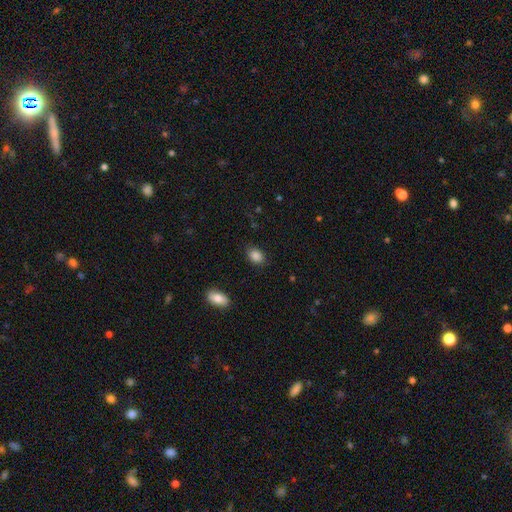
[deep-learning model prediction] Q: Smooth or featured?
A: smooth (87%); runner-up: star or artifact (9%)
Q: How rounded?
A: in between (77%); runner-up: round (22%)
Q: Merging?
A: none (86%); runner-up: minor disturbance (10%)